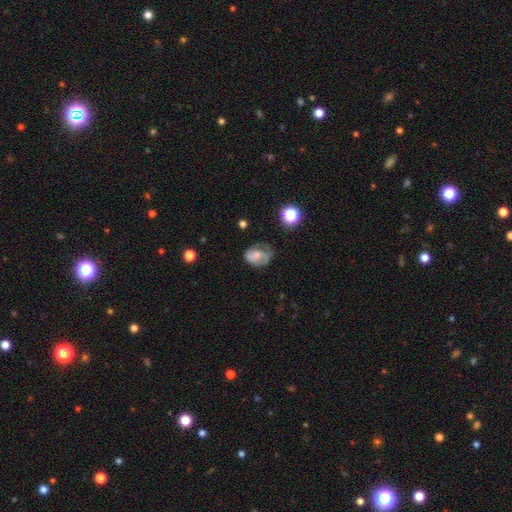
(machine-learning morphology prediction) The model was most divided on "merging": none: 45%, minor disturbance: 31%, major disturbance: 21%, merger: 3%. More confident: how rounded — in between (60%); smooth or featured — smooth (52%).